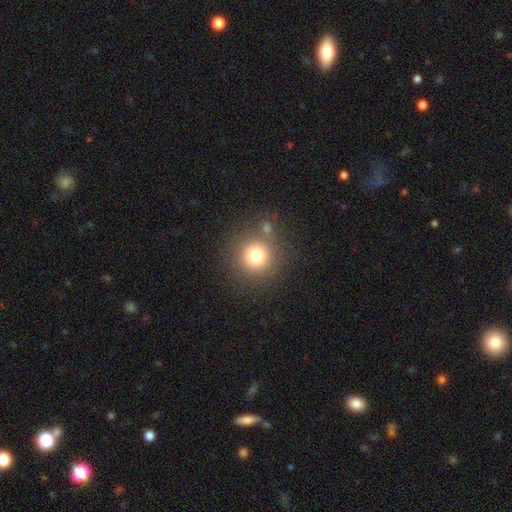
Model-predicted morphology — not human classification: smooth 76%, star or artifact 14%, featured or disk 10%. Down the decision tree: how rounded — round (95%); merging — none (77%).